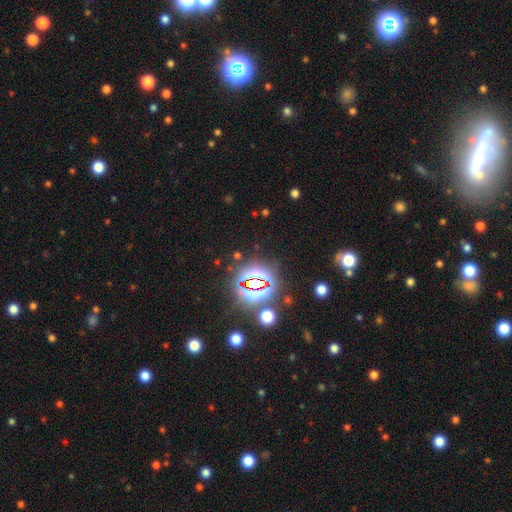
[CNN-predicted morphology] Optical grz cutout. It shows a star or artifact, not a galaxy (81%).